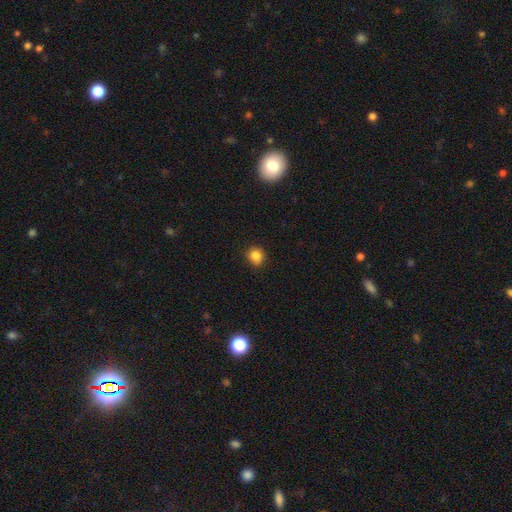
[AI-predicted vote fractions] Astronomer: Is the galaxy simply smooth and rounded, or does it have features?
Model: smooth — 84%.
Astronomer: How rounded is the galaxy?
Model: round — 84%.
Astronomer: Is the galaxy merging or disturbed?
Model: none — 86%.